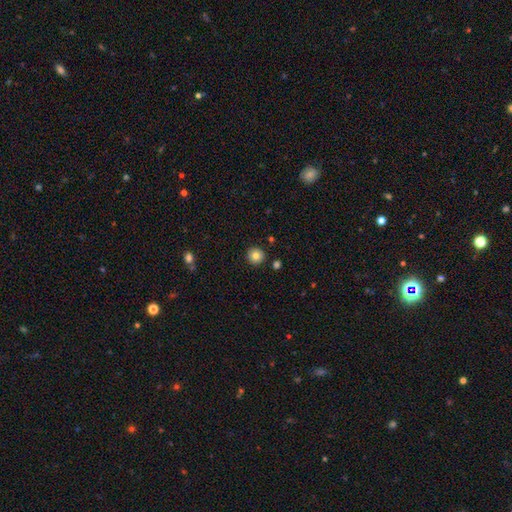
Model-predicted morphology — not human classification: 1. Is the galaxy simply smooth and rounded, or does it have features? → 82% smooth, 10% star or artifact, 8% featured or disk.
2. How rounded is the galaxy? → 94% round, 5% in between, 1% cigar-shaped.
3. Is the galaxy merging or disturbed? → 90% none, 6% minor disturbance, 2% merger, 2% major disturbance.